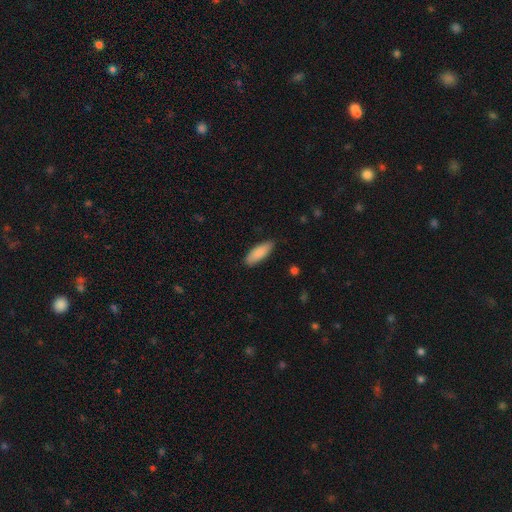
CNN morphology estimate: smooth 86%, featured or disk 8%, star or artifact 6%. Down the decision tree: how rounded — in between (62%); merging — none (87%).